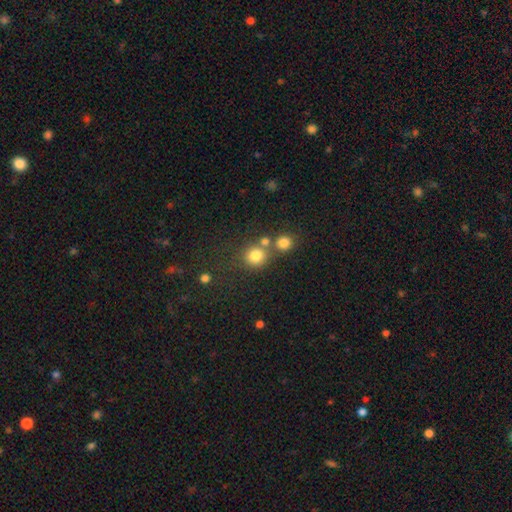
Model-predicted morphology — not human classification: Smooth or featured? Predicted: smooth (p=0.80). How rounded? Predicted: round (p=0.85). Merging? Predicted: none (p=0.58).